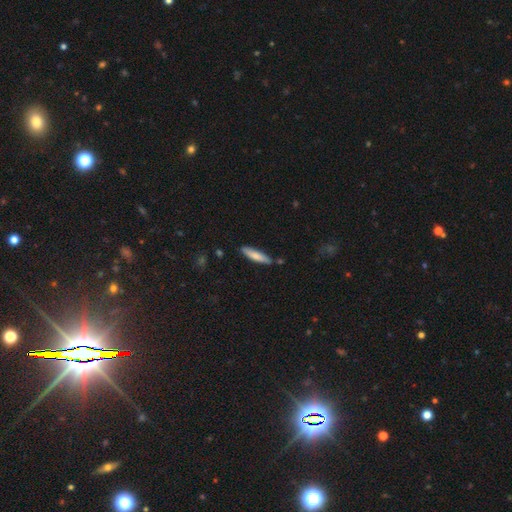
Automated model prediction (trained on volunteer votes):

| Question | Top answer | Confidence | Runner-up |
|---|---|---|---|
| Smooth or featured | smooth | 74% | featured or disk (20%) |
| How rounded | cigar-shaped | 81% | in between (18%) |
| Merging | none | 82% | minor disturbance (12%) |